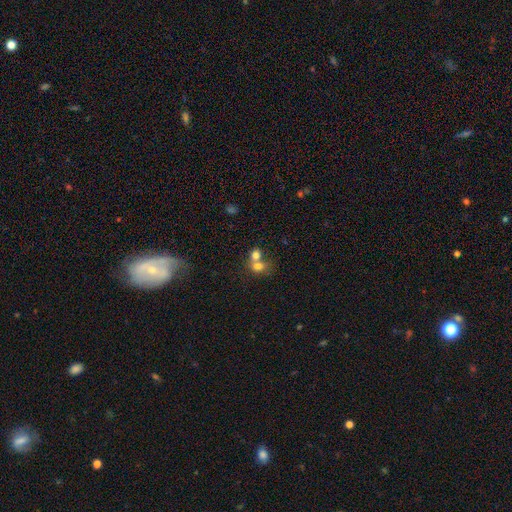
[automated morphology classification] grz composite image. It shows a smooth galaxy with no disk features (73%) that is round (54%). Merging: merger (66%).